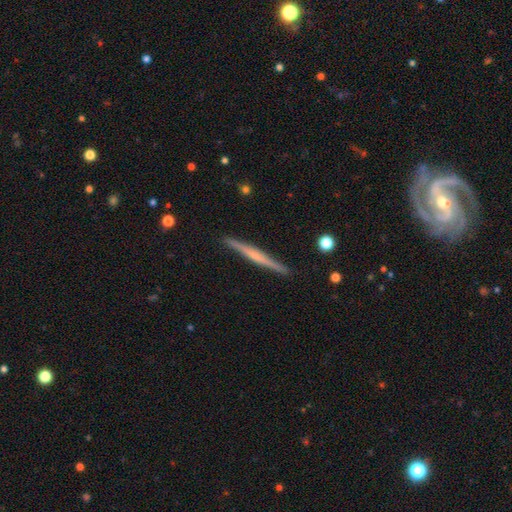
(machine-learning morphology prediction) featured or disk 66%, smooth 28%, star or artifact 6%. Down the decision tree: edge-on disk — yes (98%); edge-on bulge — none (46%); merging — none (91%).